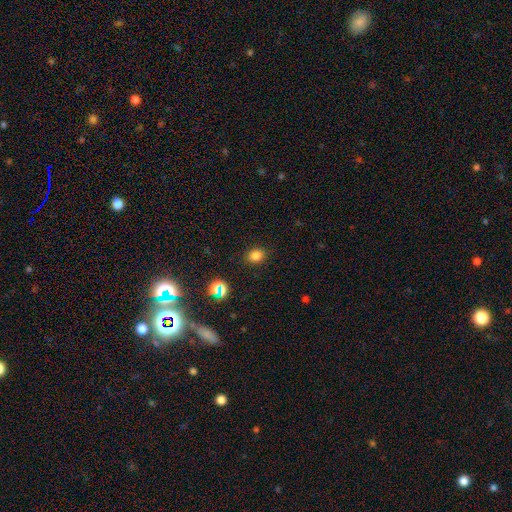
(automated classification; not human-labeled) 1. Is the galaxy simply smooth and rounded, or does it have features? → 79% smooth, 15% star or artifact, 5% featured or disk.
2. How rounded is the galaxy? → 50% round, 49% in between, 1% cigar-shaped.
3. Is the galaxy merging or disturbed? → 87% none, 9% minor disturbance, 3% major disturbance, 1% merger.